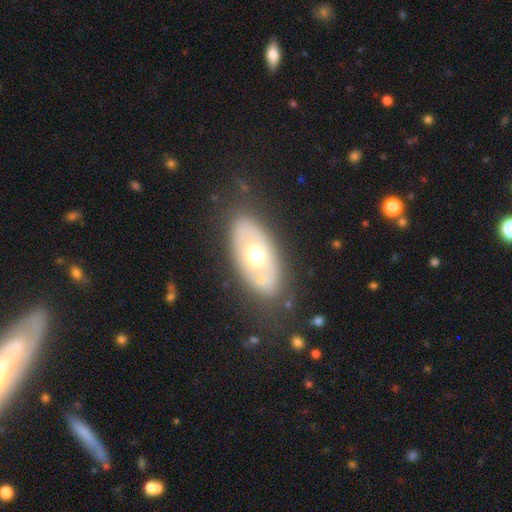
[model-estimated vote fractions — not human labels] smooth-or-featured: featured or disk: 50% | smooth: 43% | star or artifact: 6%
  disk-edge-on: no: 84% | yes: 16%
  merging: none: 80% | minor disturbance: 13% | major disturbance: 6% | merger: 2%